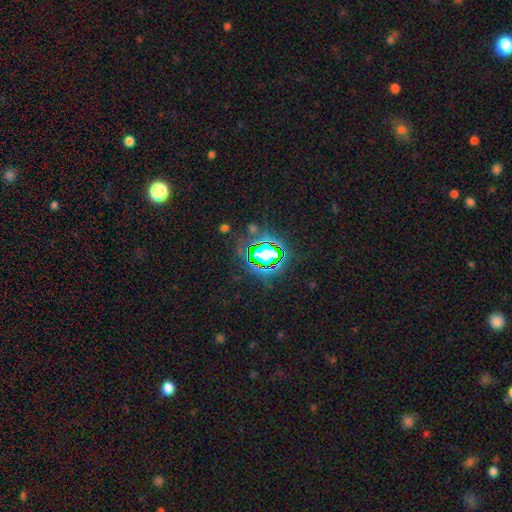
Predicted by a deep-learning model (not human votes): Morphology: type=star or artifact (77%).